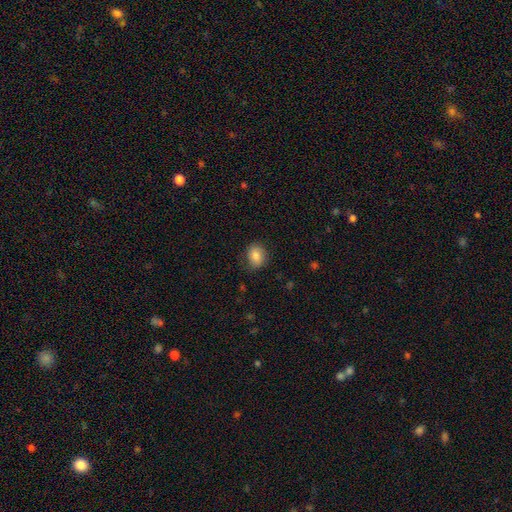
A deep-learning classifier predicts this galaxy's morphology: smooth 82%, featured or disk 9%, star or artifact 8%. Down the decision tree: how rounded — round (54%); merging — none (79%).